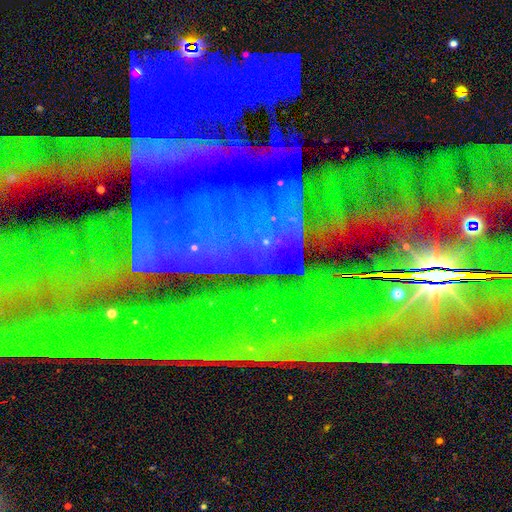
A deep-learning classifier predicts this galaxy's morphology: star or artifact 87%, featured or disk 7%, smooth 6%.